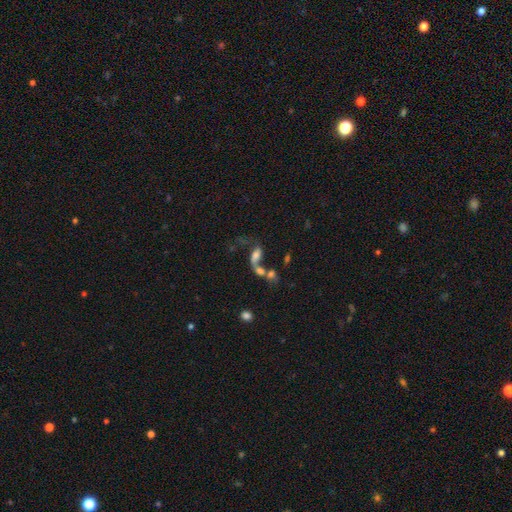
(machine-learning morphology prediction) type=smooth (46%); merging=merger (60%).